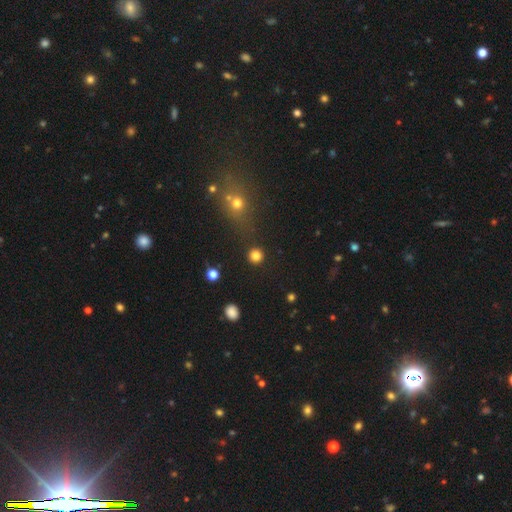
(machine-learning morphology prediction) Q: Smooth or featured?
A: smooth (83%); runner-up: star or artifact (13%)
Q: How rounded?
A: round (94%); runner-up: in between (5%)
Q: Merging?
A: none (89%); runner-up: minor disturbance (6%)